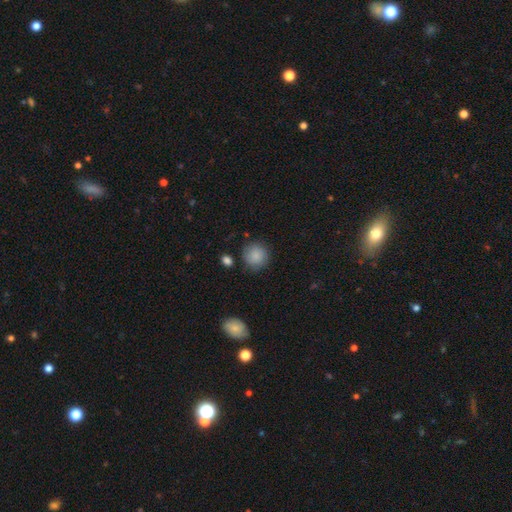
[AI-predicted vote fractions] Smooth or featured?
  - smooth: 85% *
  - star or artifact: 8%
  - featured or disk: 7%
How rounded?
  - round: 91% *
  - in between: 8%
  - cigar-shaped: 1%
Merging?
  - none: 80% *
  - minor disturbance: 13%
  - major disturbance: 4%
  - merger: 3%